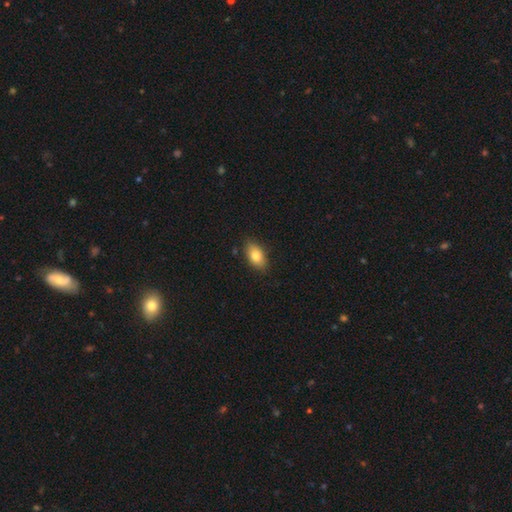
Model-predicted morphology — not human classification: This is likely a smooth galaxy (80%). How rounded: clearly in between (89%). Merging: clearly none (84%).